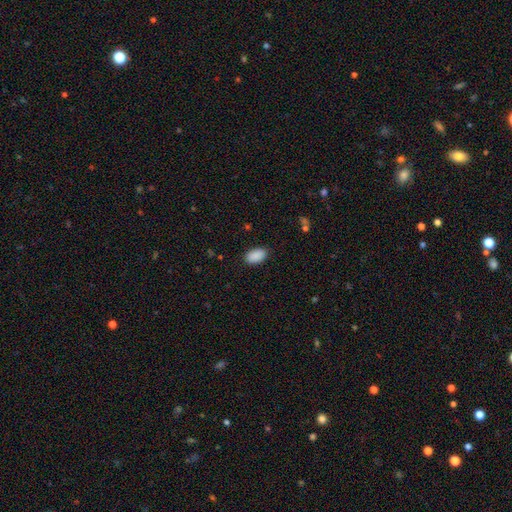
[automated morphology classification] Overall: smooth (90%). How rounded: in between (94%). Merging: none (88%).